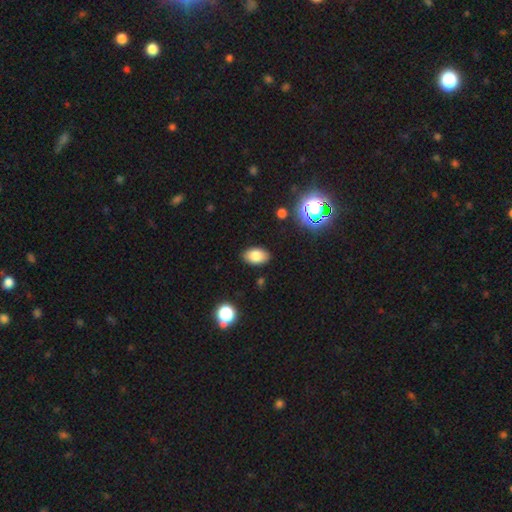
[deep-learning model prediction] The model was most divided on "smooth or featured": smooth: 81%, star or artifact: 10%, featured or disk: 9%. More confident: how rounded — in between (90%); merging — none (87%).